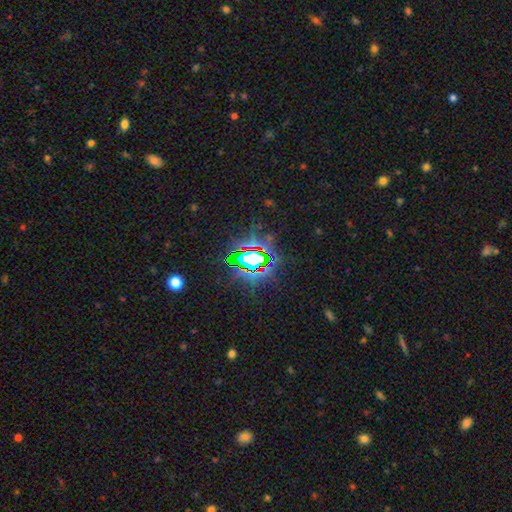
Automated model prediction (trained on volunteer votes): A star or artifact, not a galaxy (78%).

Vote fractions:
- Smooth or featured? star or artifact: 78% / smooth: 12% / featured or disk: 10%